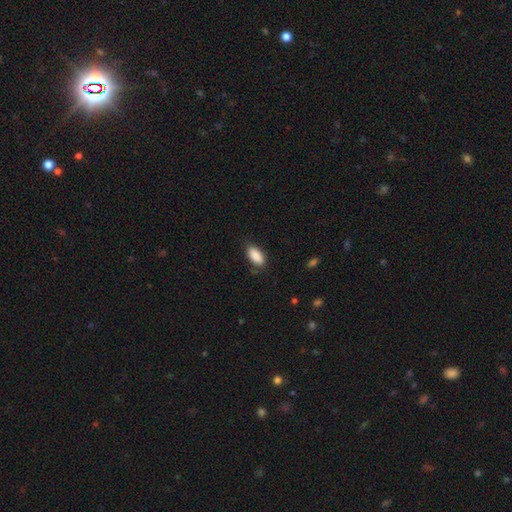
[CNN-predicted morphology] Smooth or featured? Predicted: smooth (p=0.89). How rounded? Predicted: in between (p=0.91). Merging? Predicted: none (p=0.76).